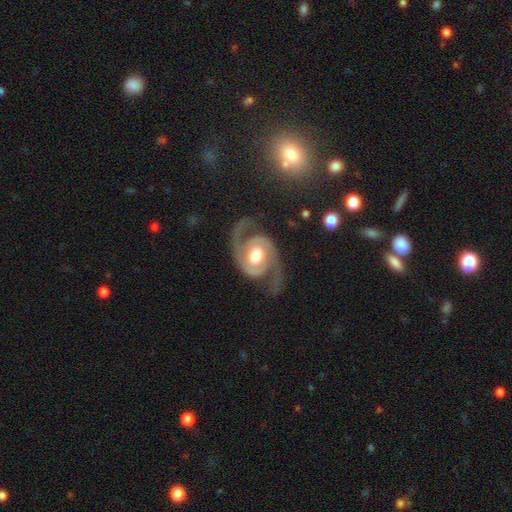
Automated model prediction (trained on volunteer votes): smooth-or-featured: featured or disk: 91% | smooth: 5% | star or artifact: 4%
  disk-edge-on: no: 98% | yes: 2%
    bar: no: 59% | weak: 31% | strong: 10%
    has-spiral-arms: yes: 98% | no: 2%
      spiral-winding: medium: 53% | loose: 27% | tight: 19%
      spiral-arm-count: 2: 94% | can't tell: 1% | 1: 1% | 3: 1% | 4: 1% | more than 4: 1%
    bulge-size: moderate: 70% | large: 19% | small: 8% | dominant: 2% | none: 1%
  merging: none: 74% | minor disturbance: 14% | major disturbance: 10% | merger: 2%